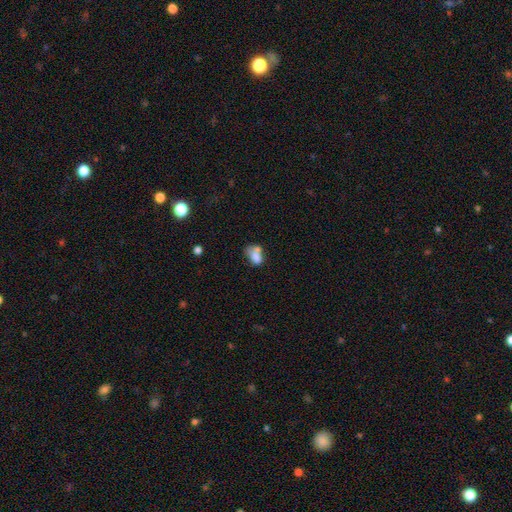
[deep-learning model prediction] Smooth or featured? smooth (71%)
How rounded? in between (76%)
Merging? merger (46%)